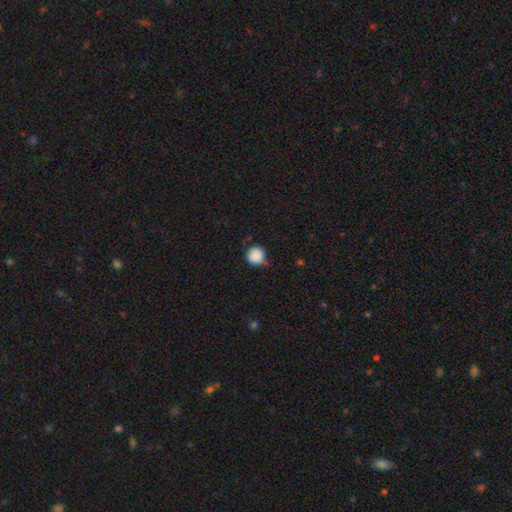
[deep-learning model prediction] A smooth galaxy with no disk features (87%) that is round (93%).

Vote fractions:
- Smooth or featured? smooth: 87% / star or artifact: 9% / featured or disk: 4%
- How rounded? round: 93% / in between: 7% / cigar-shaped: 1%
- Merging? none: 67% / minor disturbance: 24% / major disturbance: 5% / merger: 3%